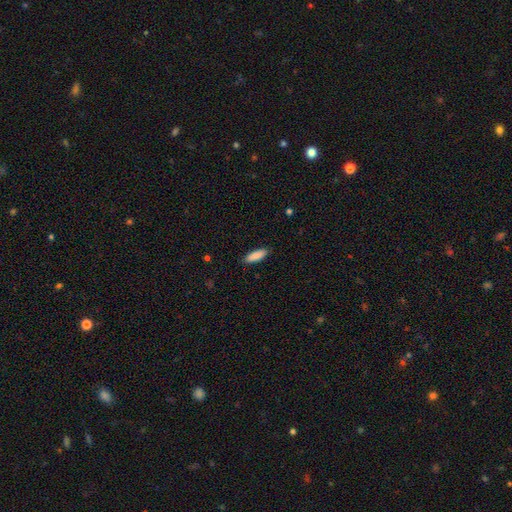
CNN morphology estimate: smooth-or-featured: smooth: 89% | star or artifact: 6% | featured or disk: 5%
  how-rounded: in between: 61% | cigar-shaped: 37% | round: 2%
  merging: none: 89% | minor disturbance: 9% | major disturbance: 2% | merger: 1%